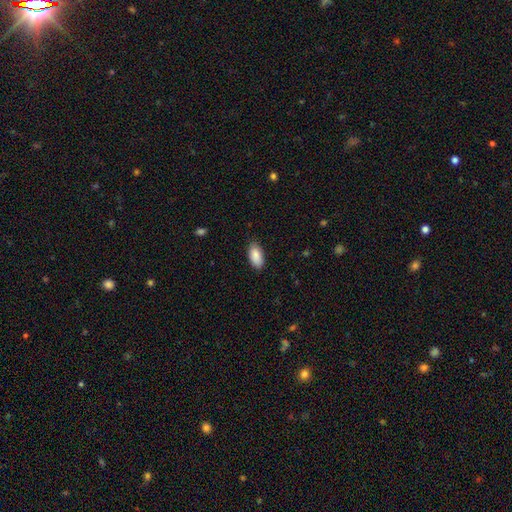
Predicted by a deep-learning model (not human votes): smooth-or-featured: smooth: 89% | star or artifact: 6% | featured or disk: 5%
  how-rounded: in between: 93% | cigar-shaped: 4% | round: 2%
  merging: none: 84% | minor disturbance: 13% | major disturbance: 2% | merger: 1%